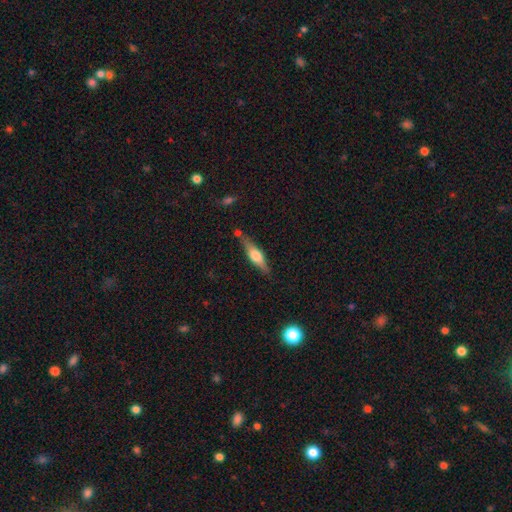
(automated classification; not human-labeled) Smooth or featured: featured or disk — 54% (smooth — 40%)
Edge-on disk: yes — 93% (no — 7%)
Merging: none — 76% (minor disturbance — 15%)